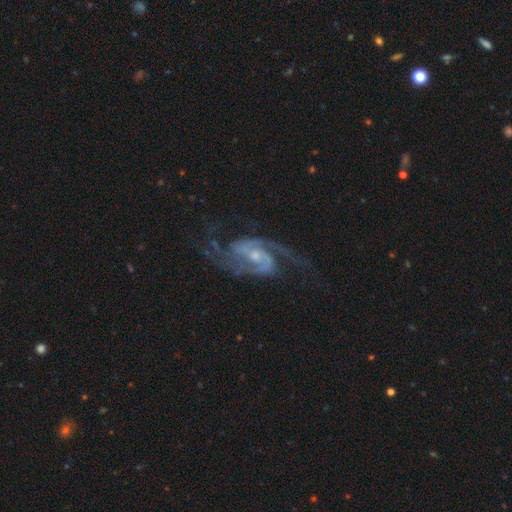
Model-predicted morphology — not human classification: Smooth or featured?
  - featured or disk: 92% *
  - star or artifact: 5%
  - smooth: 3%
Edge-on disk?
  - no: 97% *
  - yes: 3%
Bar?
  - no: 44% *
  - weak: 43%
  - strong: 13%
Spiral arms?
  - yes: 98% *
  - no: 2%
Spiral winding?
  - medium: 56% *
  - loose: 23%
  - tight: 21%
Spiral arm count?
  - 2: 79% *
  - 3: 9%
  - can't tell: 4%
  - 4: 3%
  - 1: 2%
  - more than 4: 2%
Bulge size?
  - small: 52% *
  - moderate: 42%
  - none: 3%
  - large: 2%
  - dominant: 1%
Merging?
  - none: 66% *
  - minor disturbance: 17%
  - major disturbance: 15%
  - merger: 2%